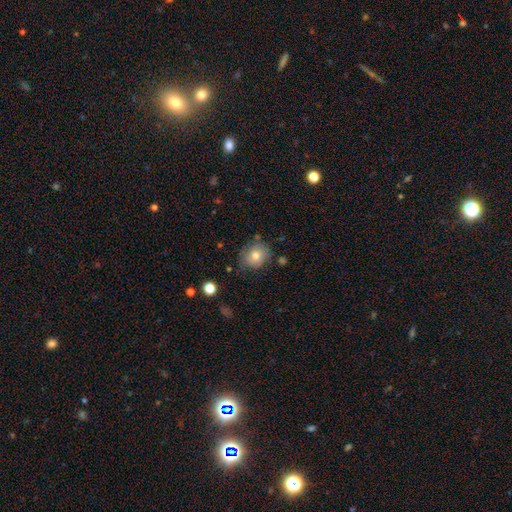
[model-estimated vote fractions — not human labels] Morphology: type=smooth (72%); roundness=round (68%); merging=none (69%).